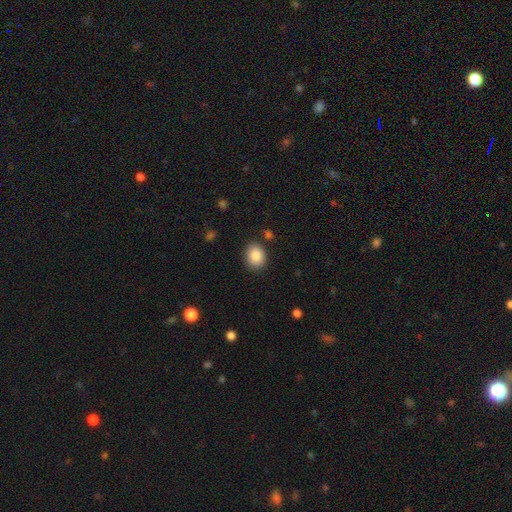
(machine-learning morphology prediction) The model was most divided on "how rounded": in between: 60%, round: 40%, cigar-shaped: 1%. More confident: smooth or featured — smooth (88%); merging — none (85%).